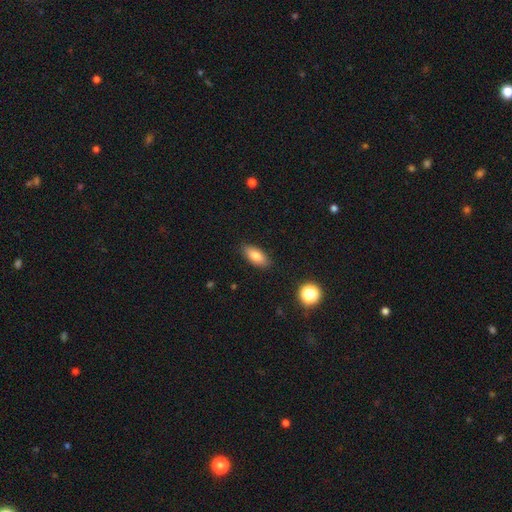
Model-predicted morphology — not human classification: A smooth galaxy with no disk features (79%) that is in between round and cigar-shaped (86%). Merging: none (87%).